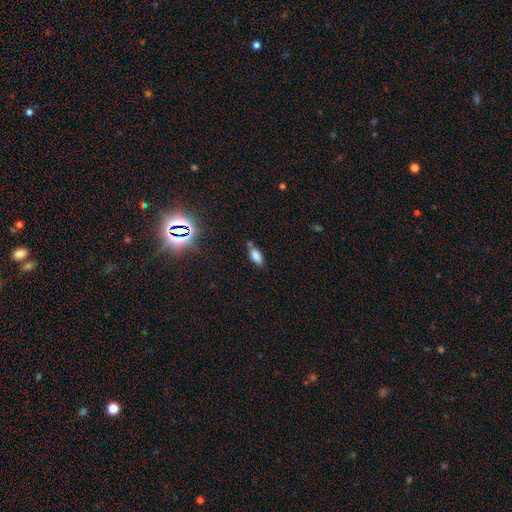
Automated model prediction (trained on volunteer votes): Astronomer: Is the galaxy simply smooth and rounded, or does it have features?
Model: smooth — 78%.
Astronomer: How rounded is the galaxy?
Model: in between — 86%.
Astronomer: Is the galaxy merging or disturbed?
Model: none — 64%.